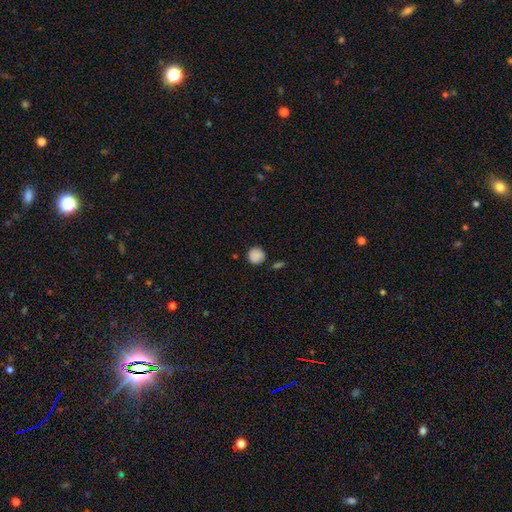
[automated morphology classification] Smooth or featured?
  - smooth: 87% *
  - star or artifact: 9%
  - featured or disk: 4%
How rounded?
  - round: 93% *
  - in between: 6%
  - cigar-shaped: 1%
Merging?
  - none: 82% *
  - minor disturbance: 11%
  - merger: 4%
  - major disturbance: 3%